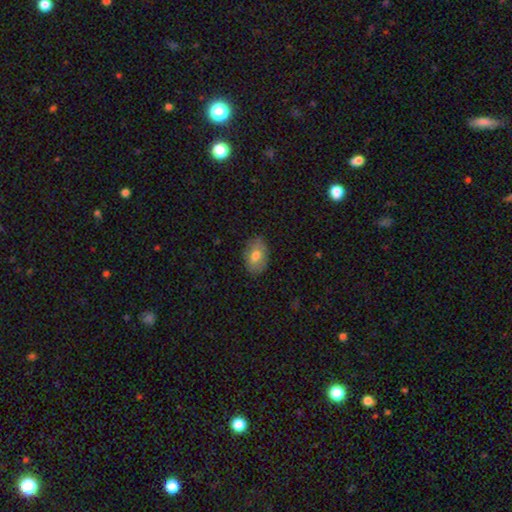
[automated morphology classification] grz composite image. It shows a smooth galaxy with no disk features (74%) that is in between round and cigar-shaped (89%). Merging: none (82%).